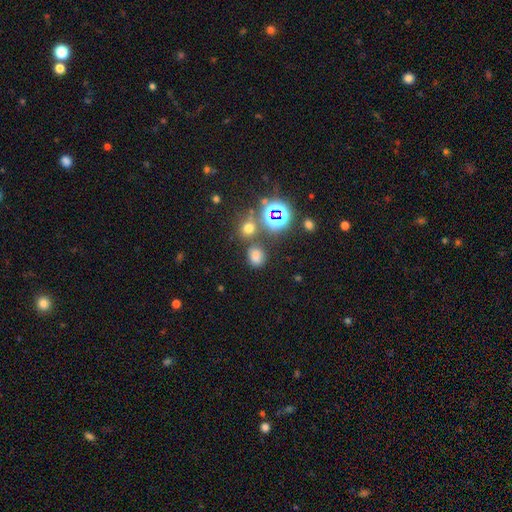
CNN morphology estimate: This appears to be a smooth galaxy with no disk features (65%) that is round (54%). Merging: none (69%).